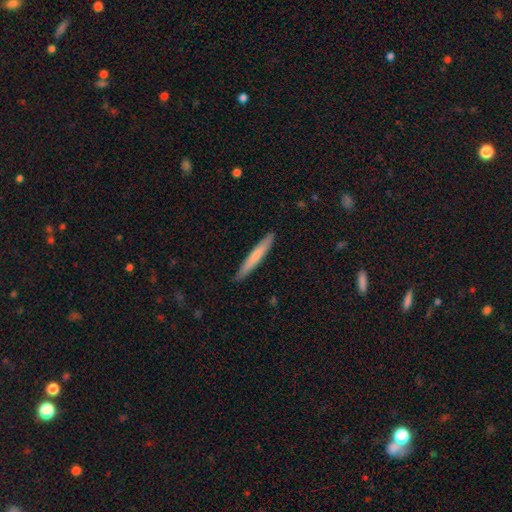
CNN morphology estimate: type=smooth (66%); roundness=cigar-shaped (96%); merging=none (91%).